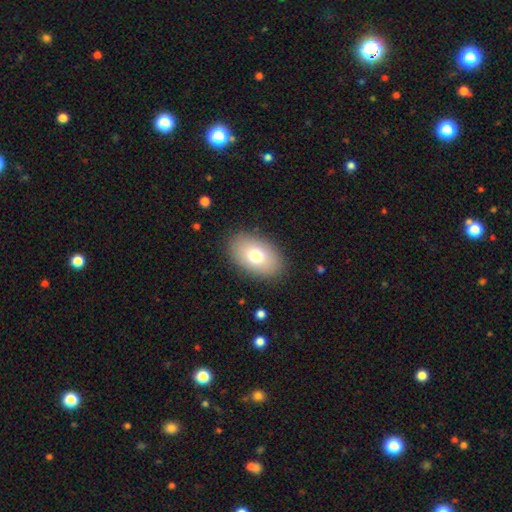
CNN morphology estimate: A smooth galaxy with no disk features (75%) that is in between round and cigar-shaped (89%). Merging: none (87%).